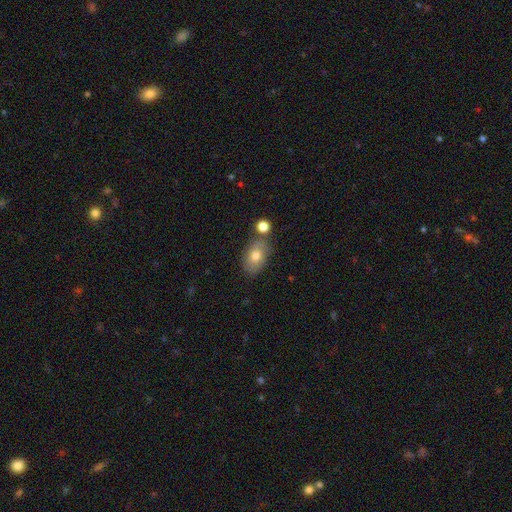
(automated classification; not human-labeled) Morphology: type=smooth (75%); roundness=in between (83%); merging=none (68%).